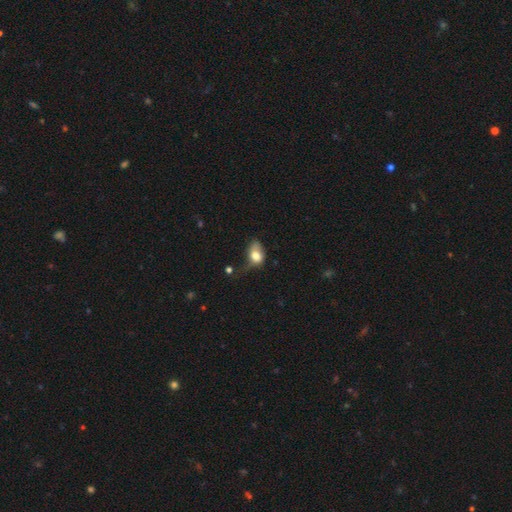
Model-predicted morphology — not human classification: smooth 72%, featured or disk 18%, star or artifact 9%. Down the decision tree: how rounded — in between (74%); merging — major disturbance (38%).